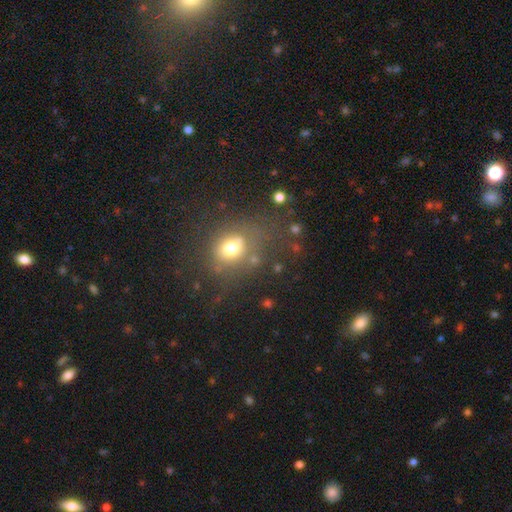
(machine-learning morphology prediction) A smooth galaxy with no disk features (53%) that is round (68%).

Vote fractions:
- Smooth or featured? smooth: 53% / star or artifact: 35% / featured or disk: 12%
- How rounded? round: 68% / in between: 30% / cigar-shaped: 1%
- Merging? none: 70% / minor disturbance: 14% / major disturbance: 9% / merger: 6%